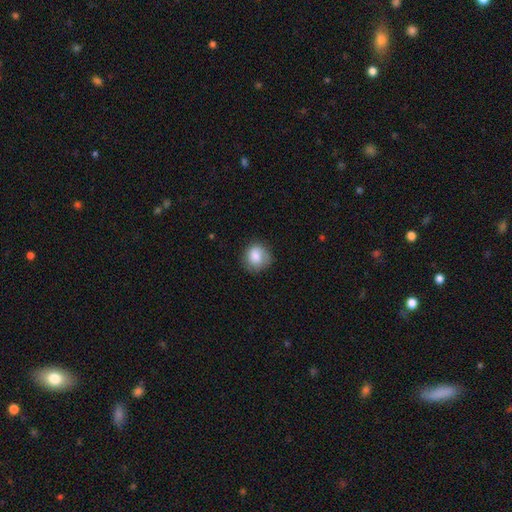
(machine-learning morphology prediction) This appears to be a smooth galaxy with no disk features (84%) that is round (83%). Merging: none (74%).